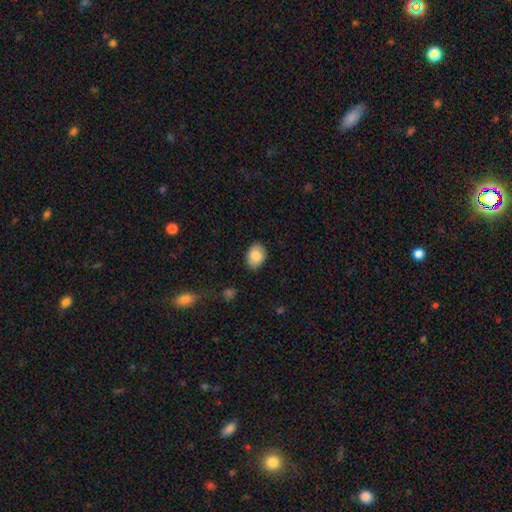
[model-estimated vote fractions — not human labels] smooth-or-featured: smooth: 85% | featured or disk: 7% | star or artifact: 7%
  how-rounded: in between: 74% | round: 25% | cigar-shaped: 1%
  merging: none: 85% | minor disturbance: 12% | major disturbance: 2% | merger: 1%